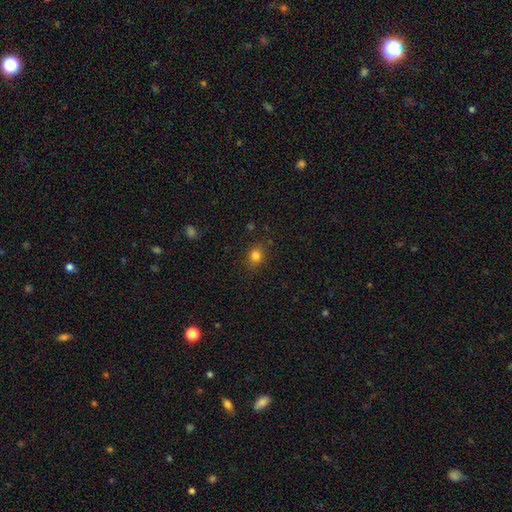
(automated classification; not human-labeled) Smooth or featured? Predicted: smooth (p=0.81). How rounded? Predicted: round (p=0.66). Merging? Predicted: none (p=0.83).